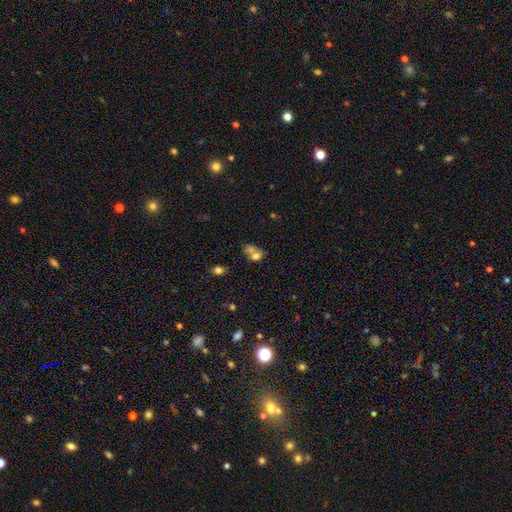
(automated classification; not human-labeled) Smooth or featured? smooth (59%)
How rounded? in between (50%)
Merging? merger (52%)